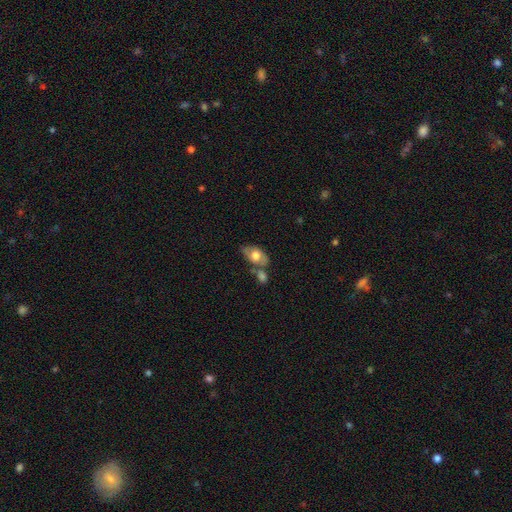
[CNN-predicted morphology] type=smooth (62%); roundness=in between (87%); merging=none (44%).